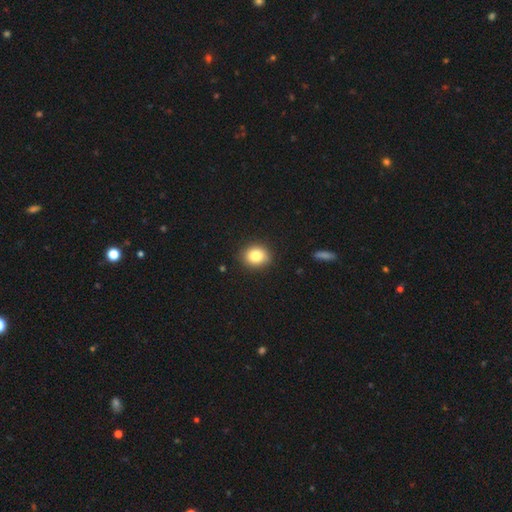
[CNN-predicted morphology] Smooth or featured?
  - smooth: 83% *
  - star or artifact: 10%
  - featured or disk: 7%
How rounded?
  - round: 59% *
  - in between: 40%
  - cigar-shaped: 1%
Merging?
  - none: 86% *
  - minor disturbance: 10%
  - major disturbance: 2%
  - merger: 1%